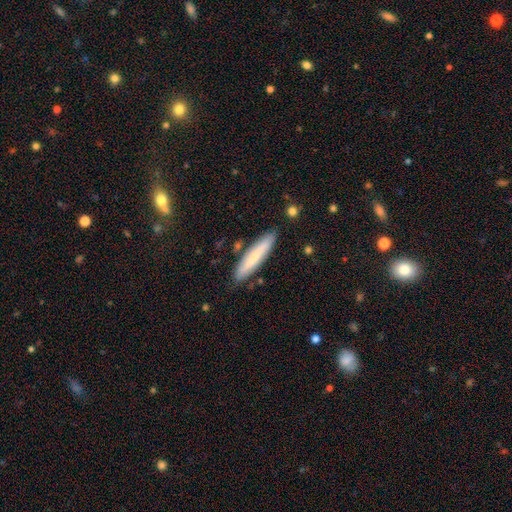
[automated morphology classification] A smooth galaxy with no disk features (65%) that is cigar-shaped (86%).

Vote fractions:
- Smooth or featured? smooth: 65% / featured or disk: 28% / star or artifact: 6%
- How rounded? cigar-shaped: 86% / in between: 13% / round: 1%
- Merging? none: 85% / minor disturbance: 11% / merger: 2% / major disturbance: 2%